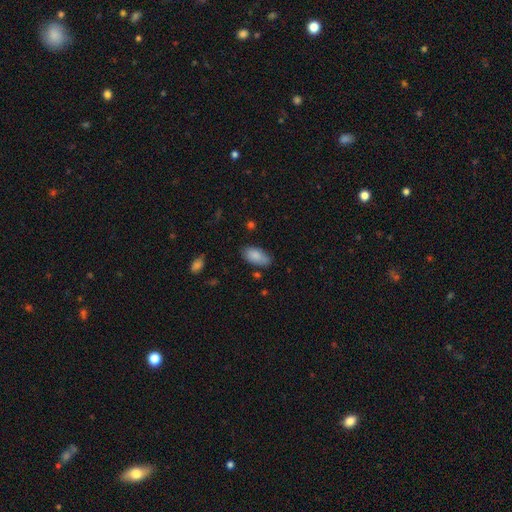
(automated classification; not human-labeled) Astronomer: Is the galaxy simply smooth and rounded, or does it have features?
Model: smooth — 86%.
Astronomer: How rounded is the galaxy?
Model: in between — 93%.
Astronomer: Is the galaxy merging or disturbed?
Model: none — 73%.